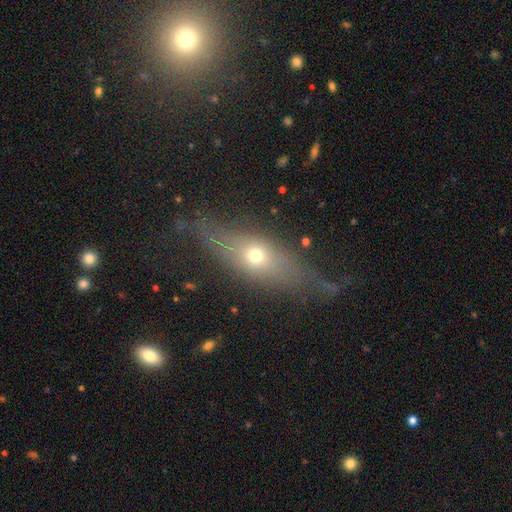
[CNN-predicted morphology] The model was most divided on "smooth or featured": smooth: 50%, featured or disk: 34%, star or artifact: 16%. Remaining: merging — none (65%); how rounded — in between (50%).